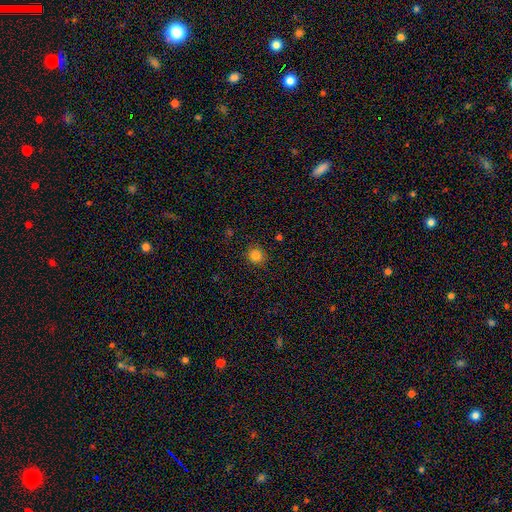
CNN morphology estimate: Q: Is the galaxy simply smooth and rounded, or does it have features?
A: smooth — 83%.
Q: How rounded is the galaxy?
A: round — 92%.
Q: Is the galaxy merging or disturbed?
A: none — 90%.